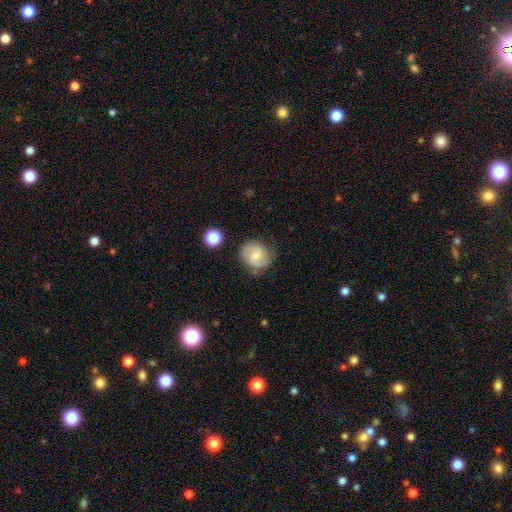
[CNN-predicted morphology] smooth_or_featured: featured or disk (p=0.66) [alt: smooth p=0.26]
disk_edge_on: no (p=0.98) [alt: yes p=0.02]
bar: weak (p=0.55) [alt: no p=0.33]
has_spiral_arms: yes (p=0.93) [alt: no p=0.07]
spiral_winding: medium (p=0.50) [alt: tight p=0.32]
spiral_arm_count: 2 (p=0.85) [alt: can't tell p=0.08]
bulge_size: small (p=0.46) [alt: moderate p=0.29]
merging: none (p=0.72) [alt: minor disturbance p=0.19]